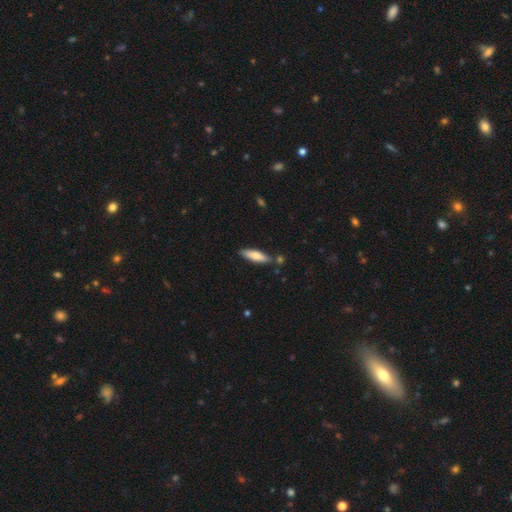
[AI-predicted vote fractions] smooth_or_featured: smooth (p=0.72) [alt: featured or disk p=0.23]
how_rounded: cigar-shaped (p=0.59) [alt: in between p=0.40]
merging: none (p=0.80) [alt: minor disturbance p=0.12]